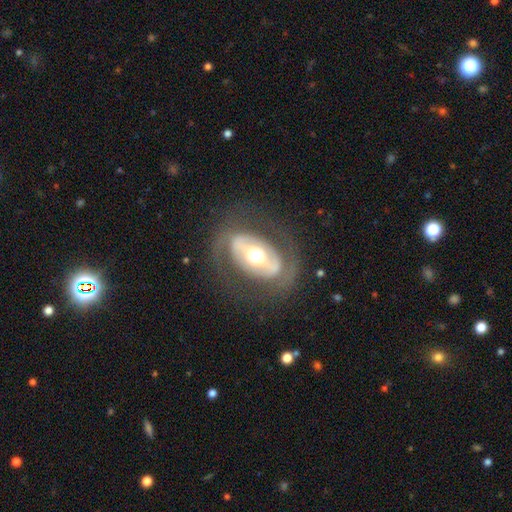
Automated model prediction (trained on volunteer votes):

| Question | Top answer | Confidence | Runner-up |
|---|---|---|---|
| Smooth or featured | featured or disk | 70% | smooth (24%) |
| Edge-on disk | no | 91% | yes (9%) |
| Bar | strong | 39% | no (38%) |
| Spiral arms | no | 62% | yes (38%) |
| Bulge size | moderate | 62% | large (28%) |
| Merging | none | 72% | major disturbance (13%) |